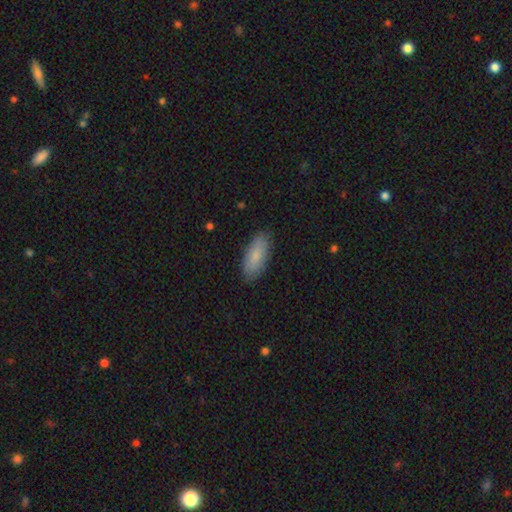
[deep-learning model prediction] Smooth or featured? Predicted: smooth (p=0.82). How rounded? Predicted: in between (p=0.81). Merging? Predicted: none (p=0.86).